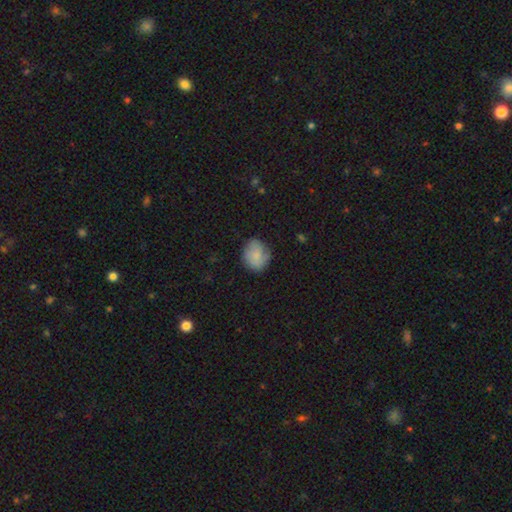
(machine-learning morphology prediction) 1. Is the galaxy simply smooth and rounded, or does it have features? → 74% smooth, 19% featured or disk, 8% star or artifact.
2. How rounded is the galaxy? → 68% round, 31% in between, 1% cigar-shaped.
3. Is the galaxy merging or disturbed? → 72% none, 21% minor disturbance, 6% major disturbance, 1% merger.